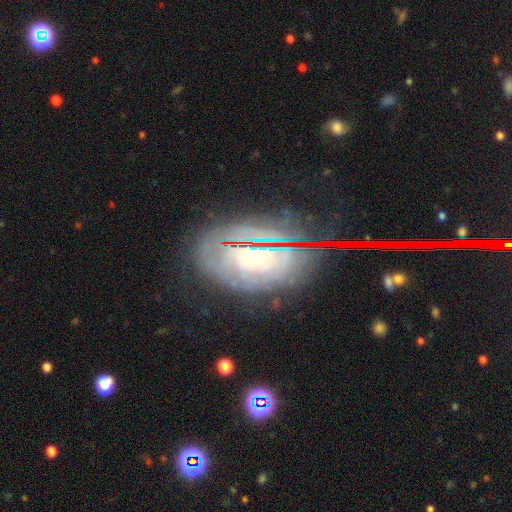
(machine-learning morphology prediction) featured or disk 61%, smooth 22%, star or artifact 17%. Down the decision tree: edge-on disk — no (92%); bar — no (75%); spiral arms — yes (72%); bulge size — moderate (46%); merging — none (71%).